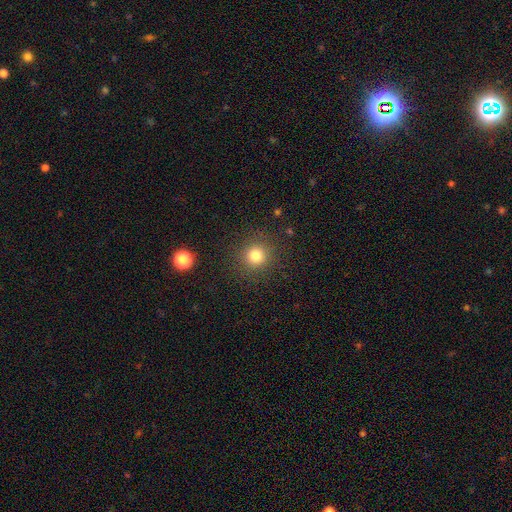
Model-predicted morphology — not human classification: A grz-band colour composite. It shows a smooth galaxy with no disk features (80%) that is round (93%). Merging: none (89%).